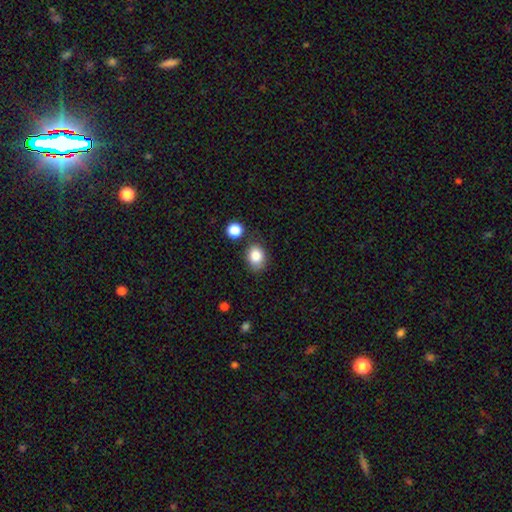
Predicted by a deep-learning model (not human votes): Smooth or featured? smooth (85%)
How rounded? in between (58%)
Merging? none (74%)